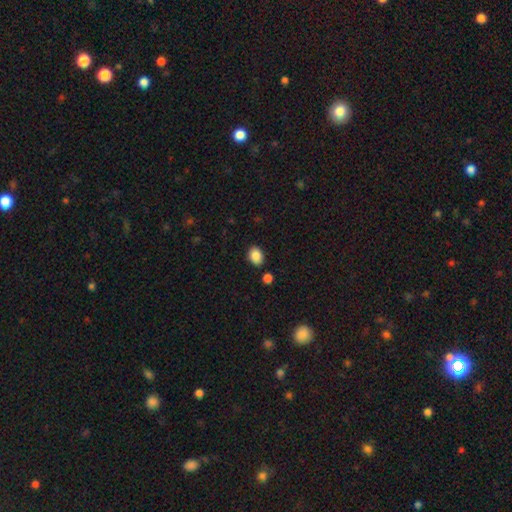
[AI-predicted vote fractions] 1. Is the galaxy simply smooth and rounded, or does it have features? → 88% smooth, 8% star or artifact, 4% featured or disk.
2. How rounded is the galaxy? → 71% in between, 28% round, 1% cigar-shaped.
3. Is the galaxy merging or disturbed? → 84% none, 10% minor disturbance, 4% merger, 2% major disturbance.